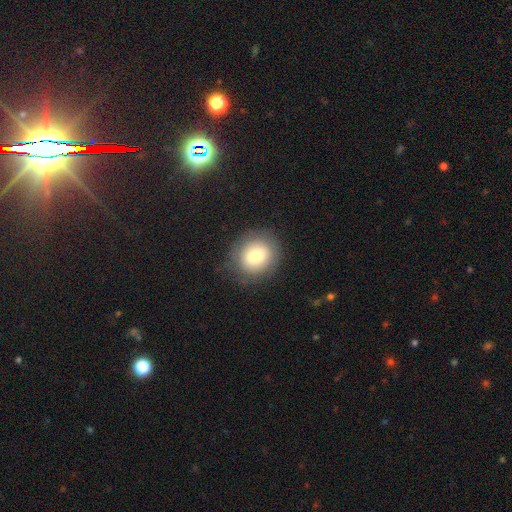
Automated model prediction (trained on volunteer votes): Smooth or featured: smooth — 75% (featured or disk — 16%)
How rounded: round — 75% (in between — 25%)
Merging: none — 83% (minor disturbance — 11%)